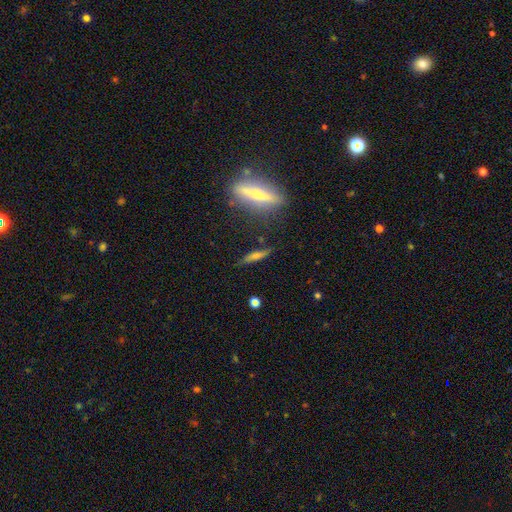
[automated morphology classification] Overall: smooth (49%; featured or disk 40%). Merging: none (78%).